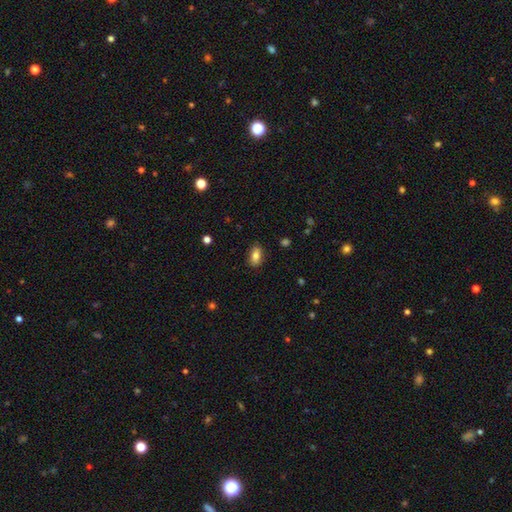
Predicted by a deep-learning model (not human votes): A smooth galaxy with no disk features (81%) that is in between round and cigar-shaped (89%).

Vote fractions:
- Smooth or featured? smooth: 81% / featured or disk: 11% / star or artifact: 8%
- How rounded? in between: 89% / round: 6% / cigar-shaped: 5%
- Merging? none: 84% / minor disturbance: 12% / major disturbance: 2% / merger: 1%